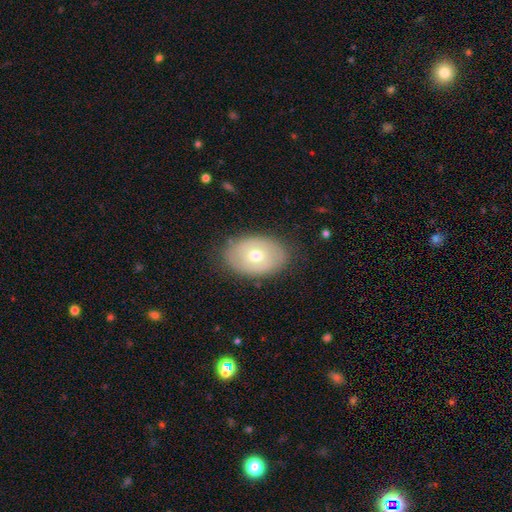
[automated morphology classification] Smooth or featured?
  - smooth: 55% *
  - featured or disk: 38%
  - star or artifact: 7%
How rounded?
  - in between: 84% *
  - round: 14%
  - cigar-shaped: 1%
Merging?
  - none: 82% *
  - minor disturbance: 14%
  - major disturbance: 4%
  - merger: 1%